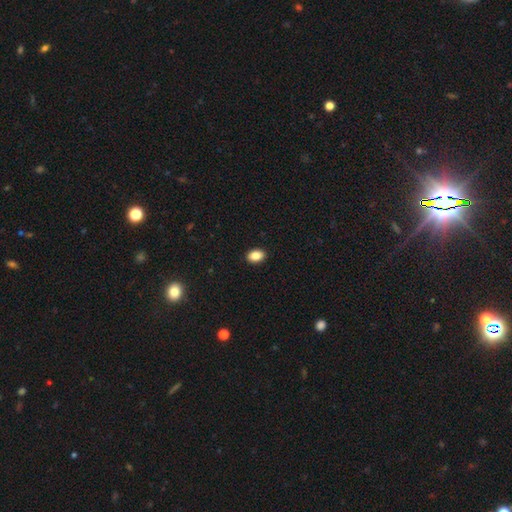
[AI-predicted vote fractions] smooth_or_featured: smooth (p=0.86) [alt: star or artifact p=0.09]
how_rounded: in between (p=0.80) [alt: round p=0.19]
merging: none (p=0.91) [alt: minor disturbance p=0.06]